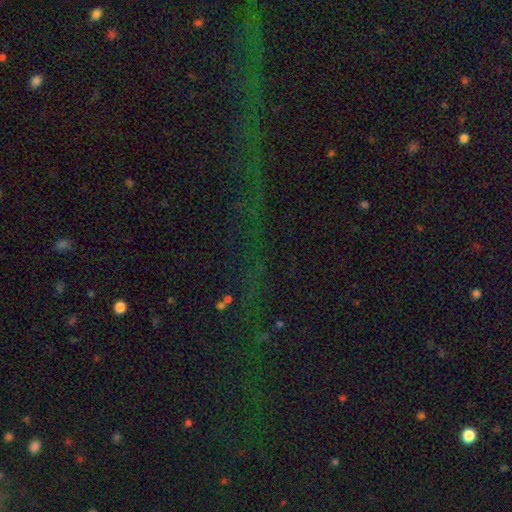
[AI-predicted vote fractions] Q: Smooth or featured?
A: star or artifact (77%); runner-up: featured or disk (11%)